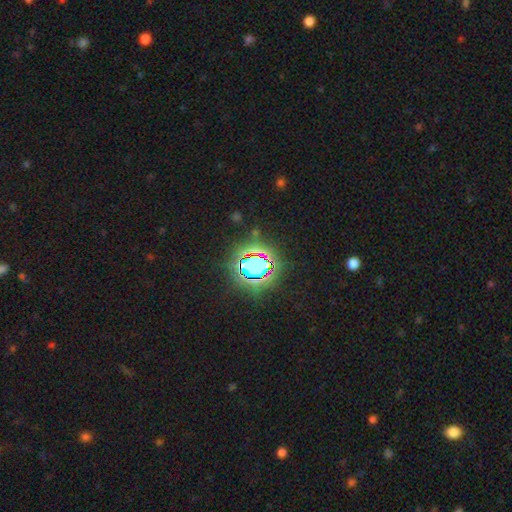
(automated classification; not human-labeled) Overall: star or artifact (82%).